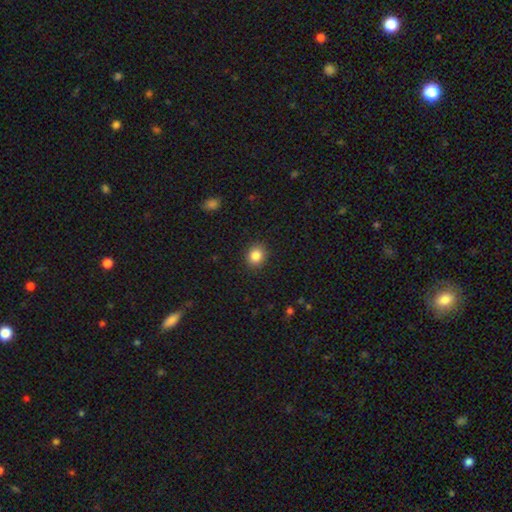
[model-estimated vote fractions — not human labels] Smooth or featured: smooth — 85% (star or artifact — 10%)
How rounded: round — 70% (in between — 29%)
Merging: none — 90% (minor disturbance — 7%)